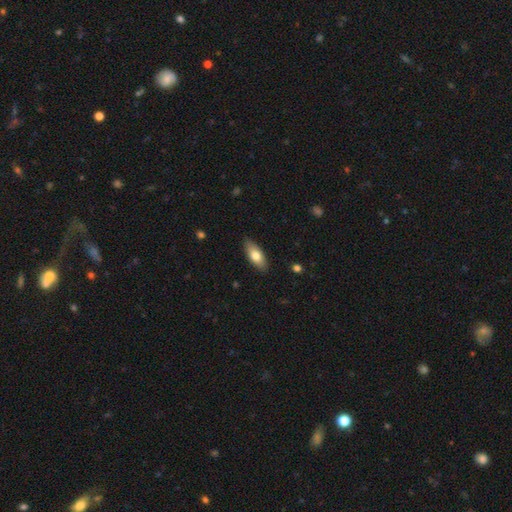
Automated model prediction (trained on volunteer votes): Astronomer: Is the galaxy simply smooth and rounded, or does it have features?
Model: smooth — 73%.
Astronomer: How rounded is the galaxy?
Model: in between — 80%.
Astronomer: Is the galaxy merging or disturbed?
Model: none — 87%.